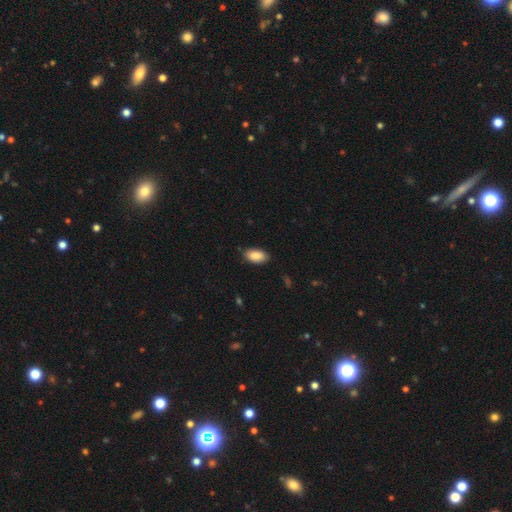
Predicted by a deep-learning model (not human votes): Smooth or featured? Predicted: smooth (p=0.88). How rounded? Predicted: in between (p=0.94). Merging? Predicted: none (p=0.85).